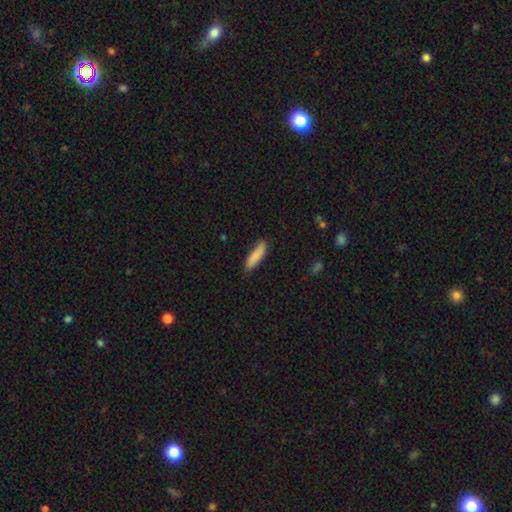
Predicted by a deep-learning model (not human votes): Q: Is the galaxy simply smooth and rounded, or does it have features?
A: smooth — 86%.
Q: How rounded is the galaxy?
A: cigar-shaped — 66%.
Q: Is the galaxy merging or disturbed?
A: none — 83%.